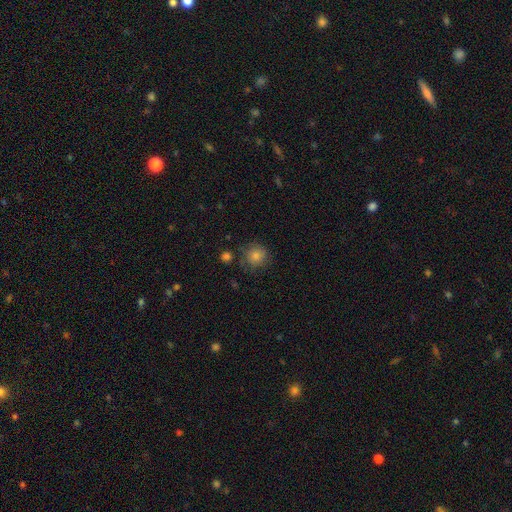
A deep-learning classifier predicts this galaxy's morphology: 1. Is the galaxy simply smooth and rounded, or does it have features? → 75% smooth, 15% star or artifact, 10% featured or disk.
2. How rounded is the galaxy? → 91% round, 8% in between, 1% cigar-shaped.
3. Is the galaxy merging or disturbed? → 80% none, 12% minor disturbance, 4% major disturbance, 4% merger.